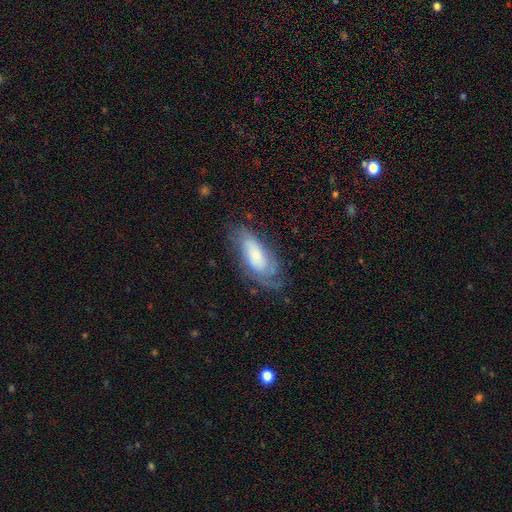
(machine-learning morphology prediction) Overall: featured or disk (51%; smooth 42%). Edge-on disk: no (87%). Merging: none (63%; minor disturbance 24%).